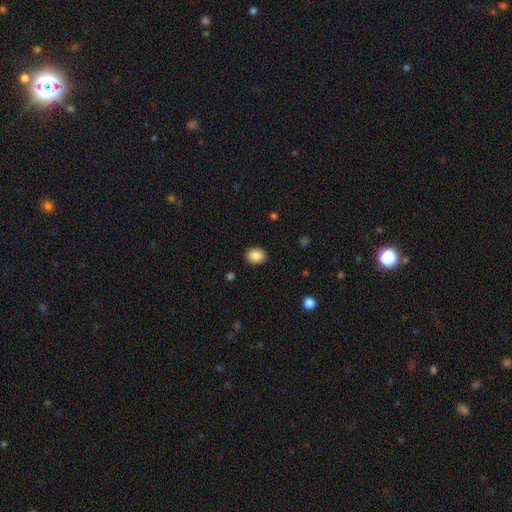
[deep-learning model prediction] smooth-or-featured: smooth: 88% | star or artifact: 9% | featured or disk: 4%
  how-rounded: in between: 53% | round: 46% | cigar-shaped: 1%
  merging: none: 90% | minor disturbance: 7% | major disturbance: 2% | merger: 1%